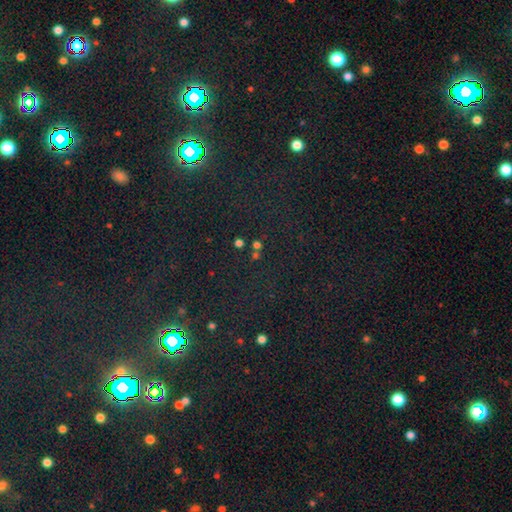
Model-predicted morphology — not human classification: Overall: star or artifact (72%).